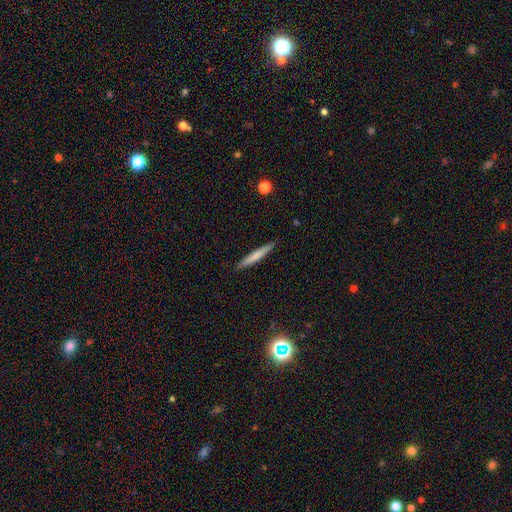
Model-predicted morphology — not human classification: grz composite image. It shows a smooth galaxy with no disk features (69%) that is cigar-shaped (95%). Merging: none (90%).